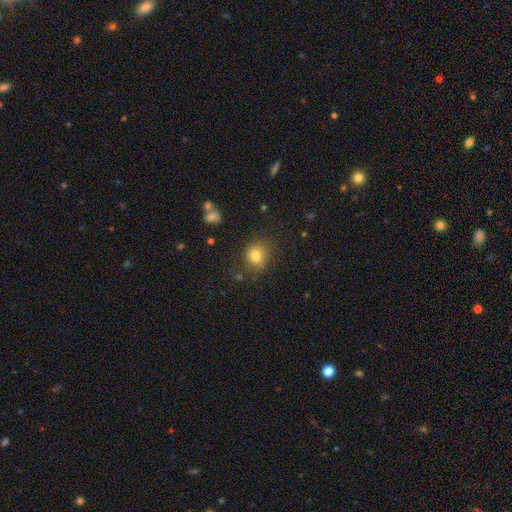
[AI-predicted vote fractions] smooth 78%, star or artifact 13%, featured or disk 9%. Down the decision tree: how rounded — round (64%); merging — none (68%).